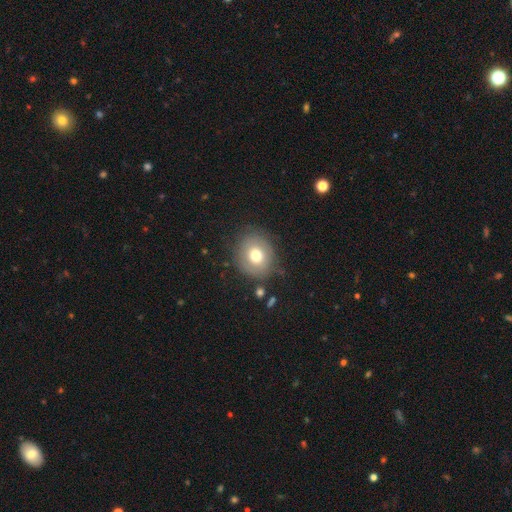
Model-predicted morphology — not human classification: Smooth or featured? smooth (69%)
How rounded? round (73%)
Merging? none (78%)